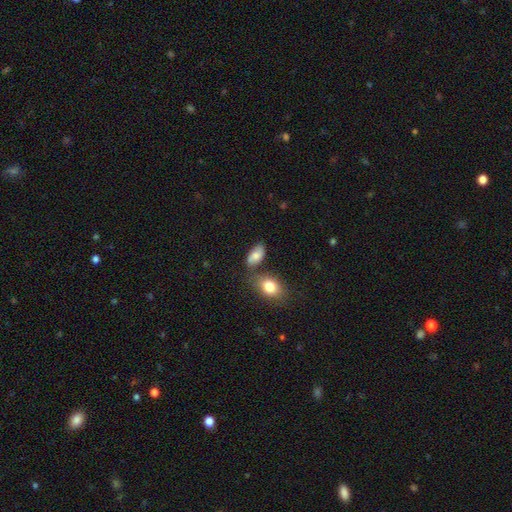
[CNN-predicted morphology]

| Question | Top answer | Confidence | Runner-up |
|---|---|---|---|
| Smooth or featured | smooth | 76% | featured or disk (16%) |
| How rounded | in between | 91% | round (6%) |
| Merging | none | 59% | minor disturbance (19%) |